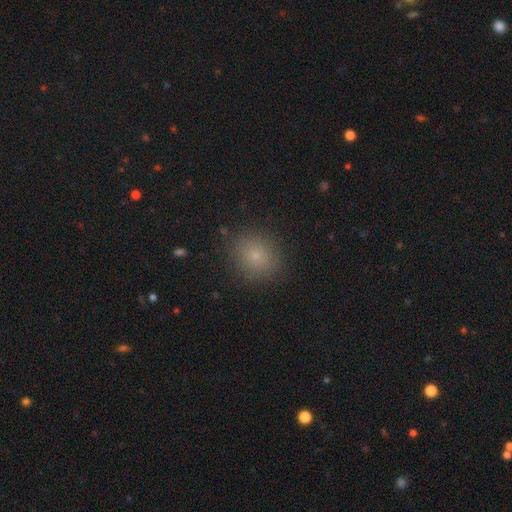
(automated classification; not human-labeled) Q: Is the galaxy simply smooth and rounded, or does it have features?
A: smooth — 76%.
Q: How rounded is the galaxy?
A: round — 76%.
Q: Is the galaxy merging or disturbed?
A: none — 87%.